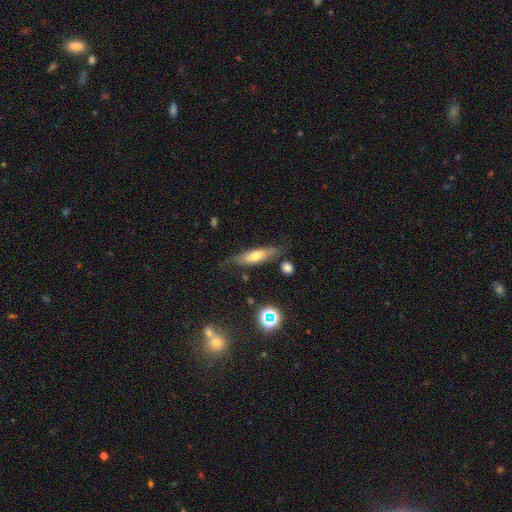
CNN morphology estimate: A smooth galaxy with no disk features (54%) that is cigar-shaped (59%). Merging: none (68%).